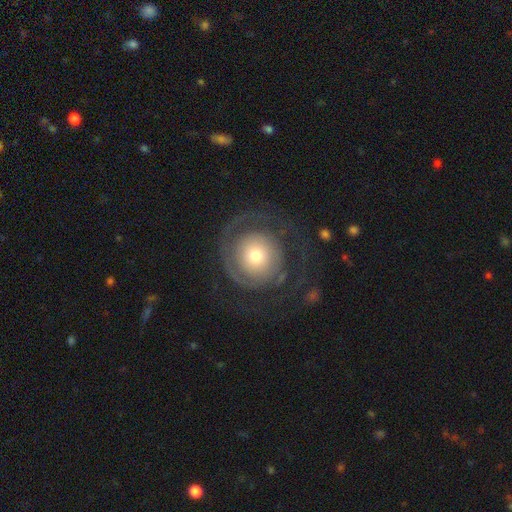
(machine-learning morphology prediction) The model was most divided on "spiral arm count": 1: 38%, 2: 33%, can't tell: 18%, 3: 5%, 4: 3%, more than 4: 3%. Remaining: edge-on disk — no (97%); bar — no (84%); spiral arms — yes (81%); smooth or featured — featured or disk (67%); merging — none (60%); spiral winding — tight (58%); bulge size — moderate (48%).